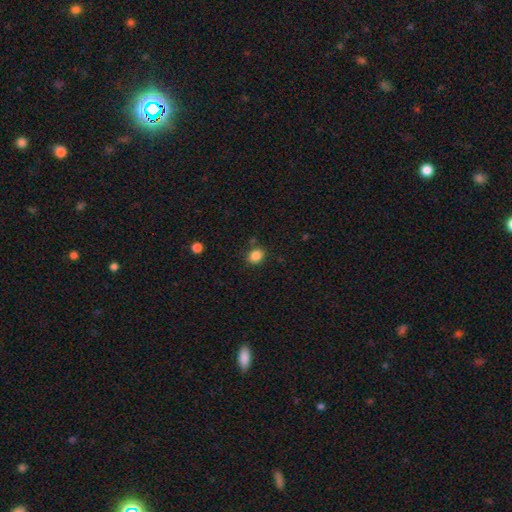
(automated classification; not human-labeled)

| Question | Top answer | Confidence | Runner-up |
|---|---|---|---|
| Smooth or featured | smooth | 86% | star or artifact (10%) |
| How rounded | in between | 53% | round (46%) |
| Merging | none | 81% | minor disturbance (12%) |